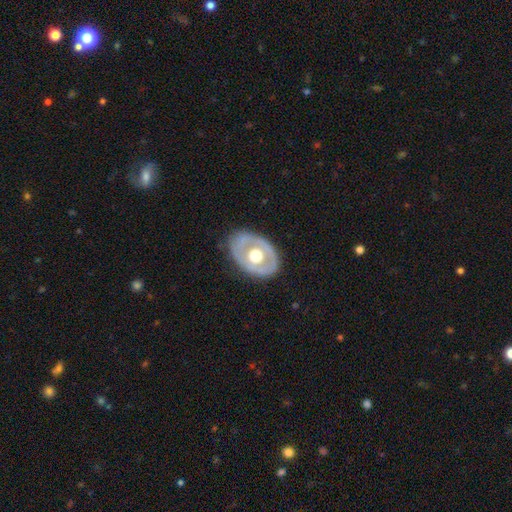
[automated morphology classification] type=featured or disk (57%); edge-on=no (90%); bar=no (91%); spiral arms=no (90%); bulge=moderate (56%); merging=none (77%).